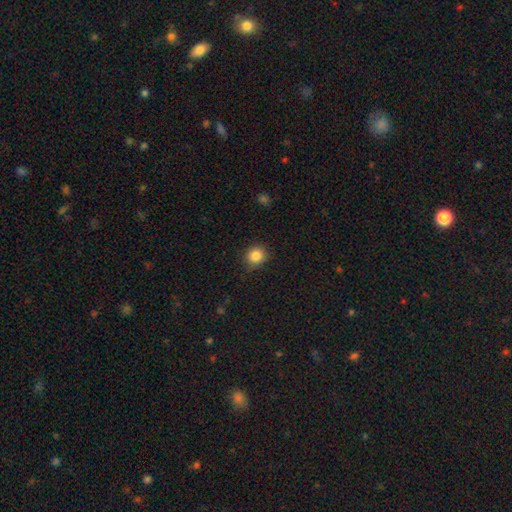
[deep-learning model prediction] Smooth or featured?
  - smooth: 85% *
  - star or artifact: 10%
  - featured or disk: 5%
How rounded?
  - round: 85% *
  - in between: 14%
  - cigar-shaped: 1%
Merging?
  - none: 85% *
  - minor disturbance: 11%
  - major disturbance: 3%
  - merger: 1%